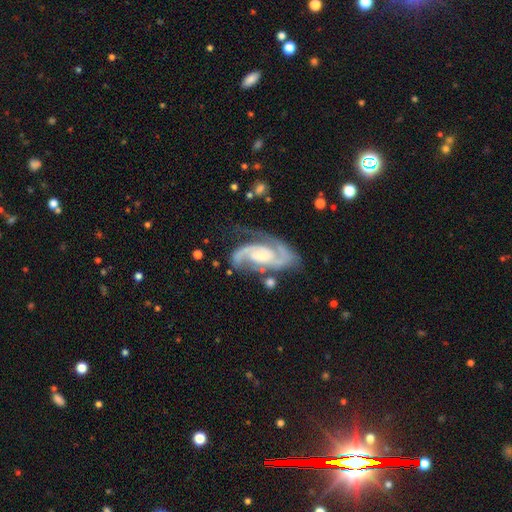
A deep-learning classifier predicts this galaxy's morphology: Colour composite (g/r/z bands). It shows a featured or disk galaxy (93%) with no bar (49%), 2 (91%) medium (54%) spiral arms (98%) and a small central bulge (40%). Merging: none (63%).